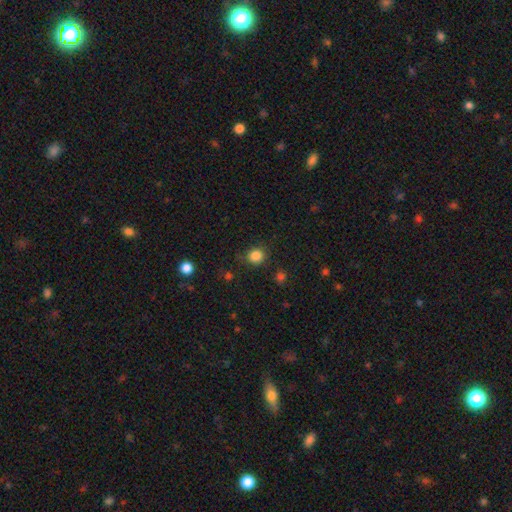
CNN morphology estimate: A smooth galaxy with no disk features (85%) that is round (86%).

Vote fractions:
- Smooth or featured? smooth: 85% / star or artifact: 12% / featured or disk: 4%
- How rounded? round: 86% / in between: 13% / cigar-shaped: 1%
- Merging? none: 81% / minor disturbance: 13% / major disturbance: 4% / merger: 2%